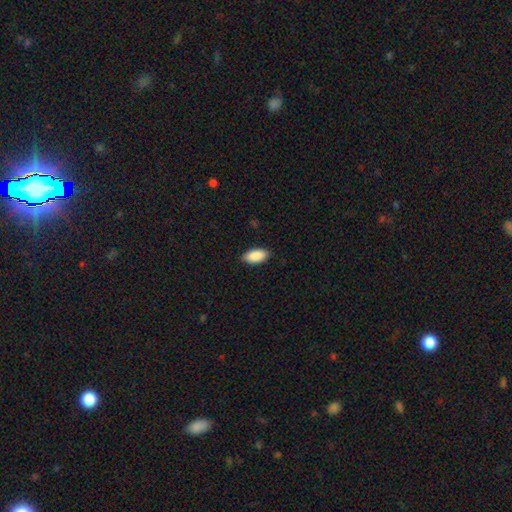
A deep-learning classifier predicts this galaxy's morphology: smooth 90%, star or artifact 6%, featured or disk 4%. Down the decision tree: how rounded — in between (93%); merging — none (87%).